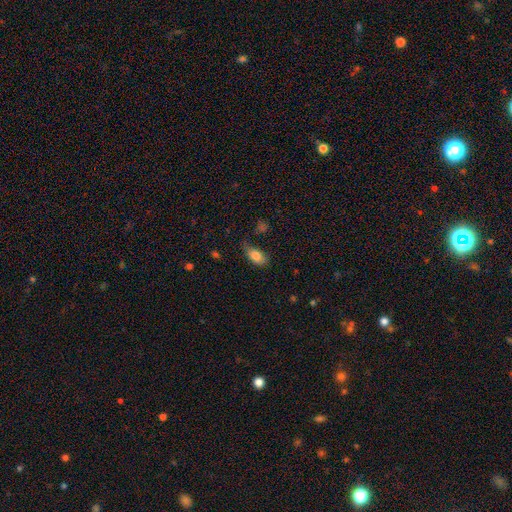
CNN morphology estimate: Smooth or featured? smooth (82%)
How rounded? in between (88%)
Merging? none (56%)